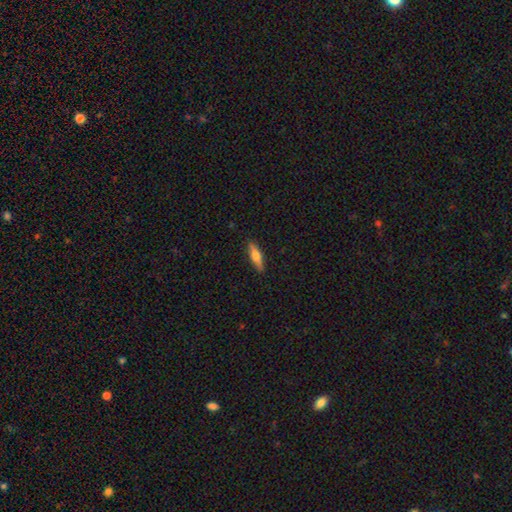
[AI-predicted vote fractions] Smooth or featured? Predicted: smooth (p=0.59). How rounded? Predicted: cigar-shaped (p=0.67). Merging? Predicted: none (p=0.89).